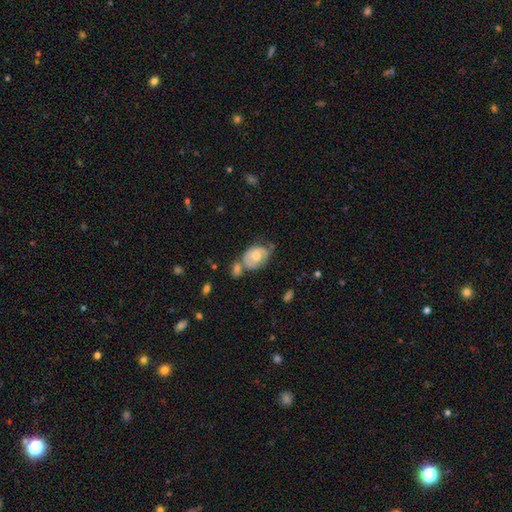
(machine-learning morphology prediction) This appears to be a featured or disk galaxy (51%). Merging: none (39%).